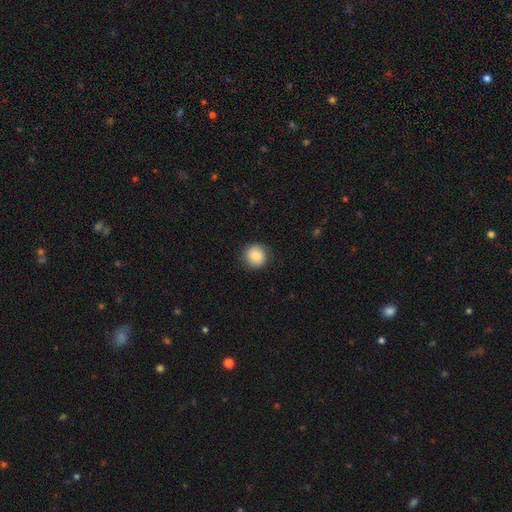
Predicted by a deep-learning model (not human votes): This is clearly a smooth galaxy (84%). How rounded: clearly round (93%). Merging: clearly none (87%).